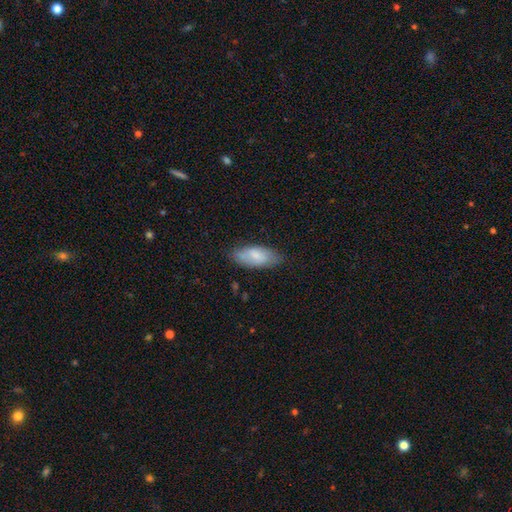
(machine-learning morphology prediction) Smooth or featured?
  - smooth: 74% *
  - featured or disk: 19%
  - star or artifact: 6%
How rounded?
  - in between: 87% *
  - cigar-shaped: 11%
  - round: 2%
Merging?
  - none: 73% *
  - minor disturbance: 21%
  - major disturbance: 4%
  - merger: 2%